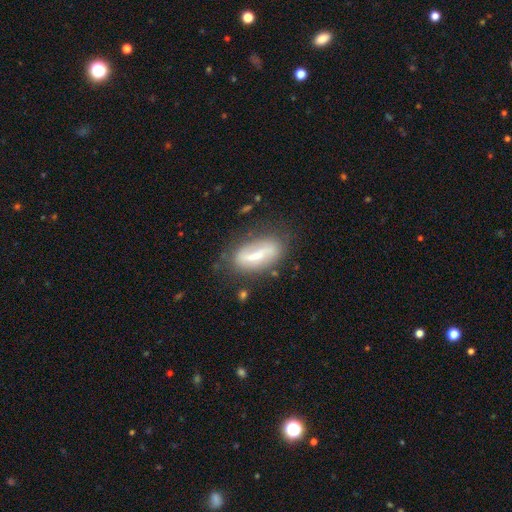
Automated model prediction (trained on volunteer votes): Q: Smooth or featured?
A: featured or disk (53%); runner-up: smooth (39%)
Q: Edge-on disk?
A: no (83%); runner-up: yes (17%)
Q: Merging?
A: none (66%); runner-up: minor disturbance (22%)